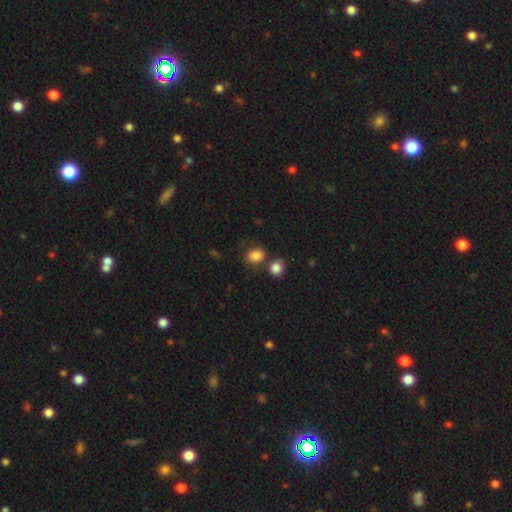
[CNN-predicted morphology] Smooth or featured? smooth (85%)
How rounded? round (56%)
Merging? none (59%)